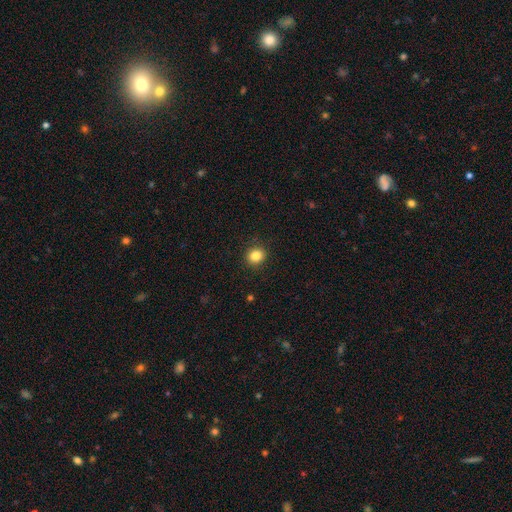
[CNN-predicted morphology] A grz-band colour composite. It shows a smooth galaxy with no disk features (84%) that is round (82%). Merging: none (90%).